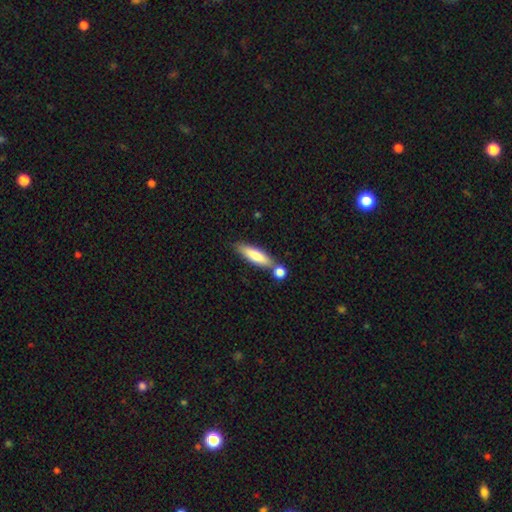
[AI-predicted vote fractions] Smooth or featured?
  - smooth: 75% *
  - featured or disk: 19%
  - star or artifact: 6%
How rounded?
  - cigar-shaped: 64% *
  - in between: 34%
  - round: 2%
Merging?
  - none: 59% *
  - merger: 24%
  - minor disturbance: 13%
  - major disturbance: 3%